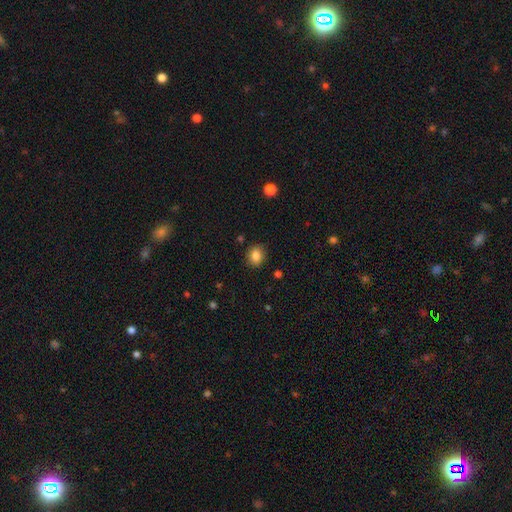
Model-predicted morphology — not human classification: Smooth or featured?
  - smooth: 85% *
  - star or artifact: 10%
  - featured or disk: 5%
How rounded?
  - round: 60% *
  - in between: 39%
  - cigar-shaped: 1%
Merging?
  - none: 86% *
  - minor disturbance: 10%
  - major disturbance: 2%
  - merger: 1%